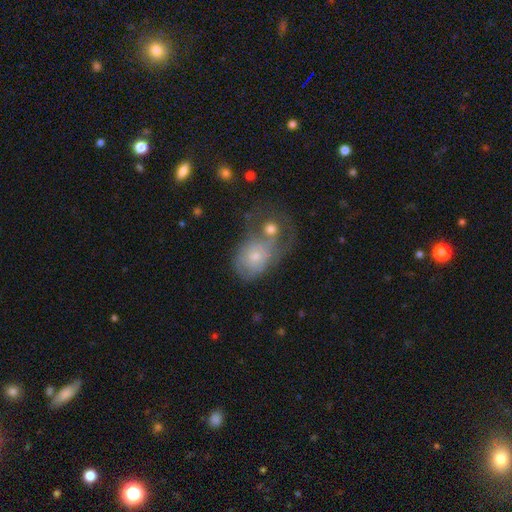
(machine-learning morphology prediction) Smooth or featured: smooth — 46% (featured or disk — 44%)
Merging: merger — 44% (none — 23%)